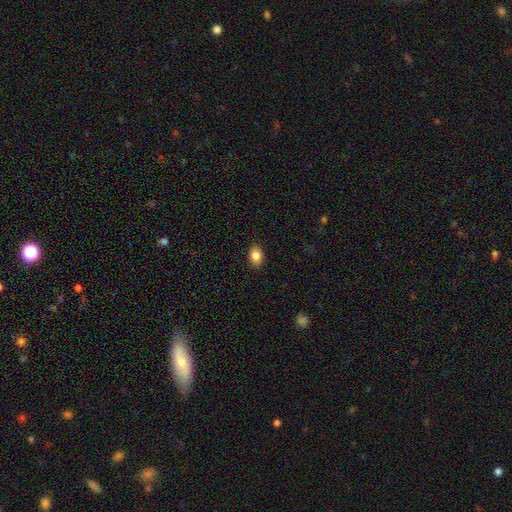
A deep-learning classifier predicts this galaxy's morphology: Overall: smooth (86%). How rounded: in between (78%). Merging: none (90%).